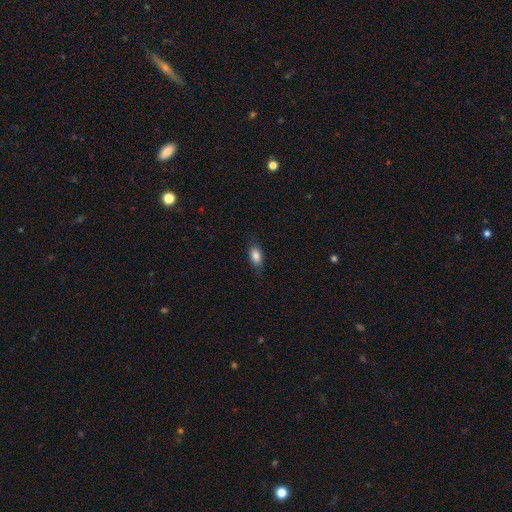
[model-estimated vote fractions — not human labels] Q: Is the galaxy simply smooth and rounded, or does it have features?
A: smooth — 84%.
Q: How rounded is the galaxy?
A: in between — 87%.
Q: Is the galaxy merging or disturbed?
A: none — 76%.